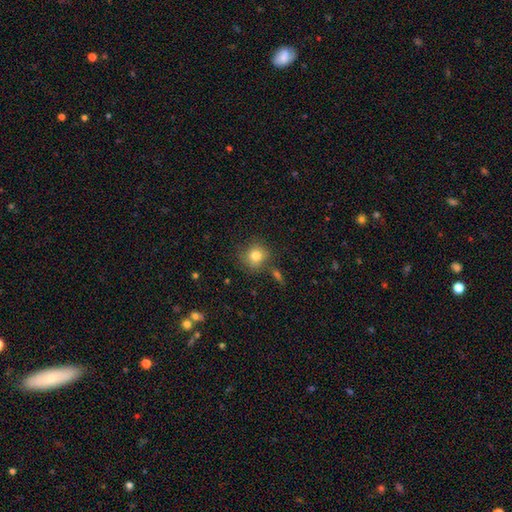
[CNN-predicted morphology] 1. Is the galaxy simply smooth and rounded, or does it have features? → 81% smooth, 11% star or artifact, 8% featured or disk.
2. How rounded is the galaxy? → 88% round, 11% in between, 1% cigar-shaped.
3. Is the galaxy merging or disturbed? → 76% none, 13% minor disturbance, 7% merger, 4% major disturbance.